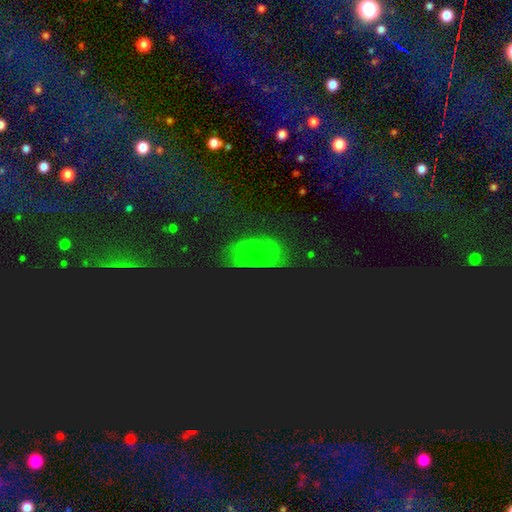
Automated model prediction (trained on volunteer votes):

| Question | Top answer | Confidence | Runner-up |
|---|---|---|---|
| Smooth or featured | star or artifact | 45% | featured or disk (33%) |